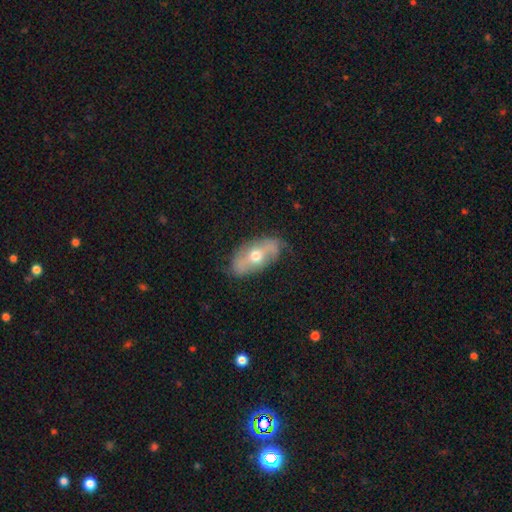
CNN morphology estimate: Smooth or featured? featured or disk (60%)
Edge-on disk? no (82%)
Merging? none (70%)